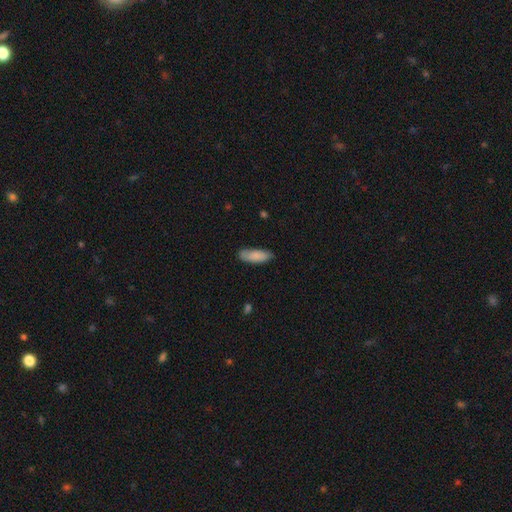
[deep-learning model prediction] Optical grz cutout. It shows a smooth galaxy with no disk features (85%) that is in between round and cigar-shaped (64%). Merging: none (75%).